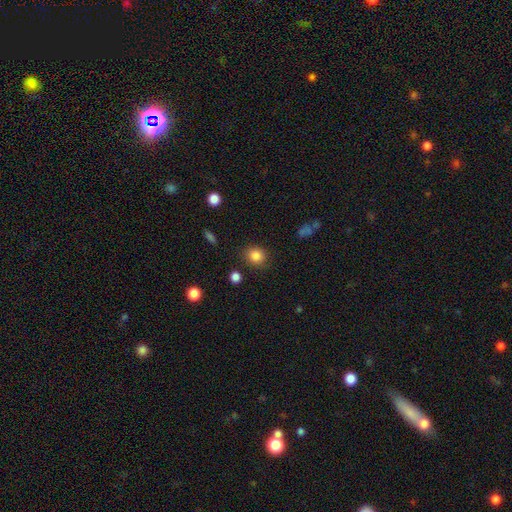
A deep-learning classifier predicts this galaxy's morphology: smooth-or-featured: smooth: 85% | star or artifact: 10% | featured or disk: 5%
  how-rounded: round: 77% | in between: 22% | cigar-shaped: 1%
  merging: none: 85% | minor disturbance: 9% | major disturbance: 3% | merger: 2%